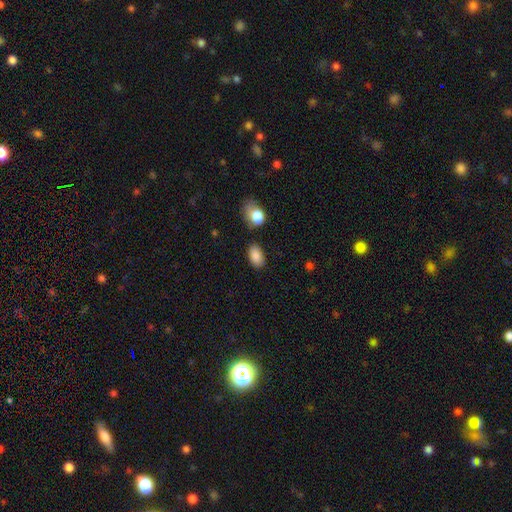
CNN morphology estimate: Smooth or featured? Predicted: smooth (p=0.88). How rounded? Predicted: in between (p=0.91). Merging? Predicted: none (p=0.77).